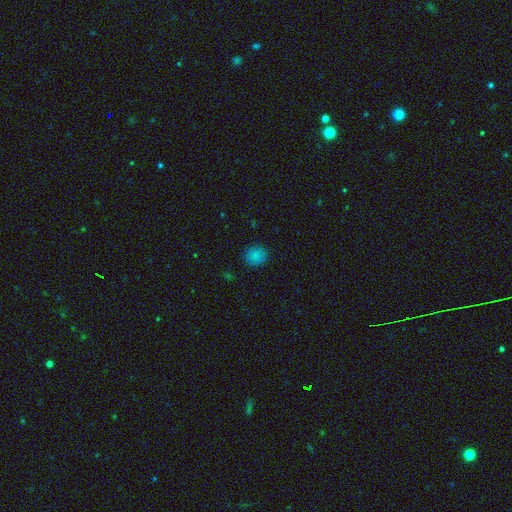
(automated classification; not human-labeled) This appears to be a smooth galaxy with no disk features (84%) that is round (84%). Merging: none (88%).